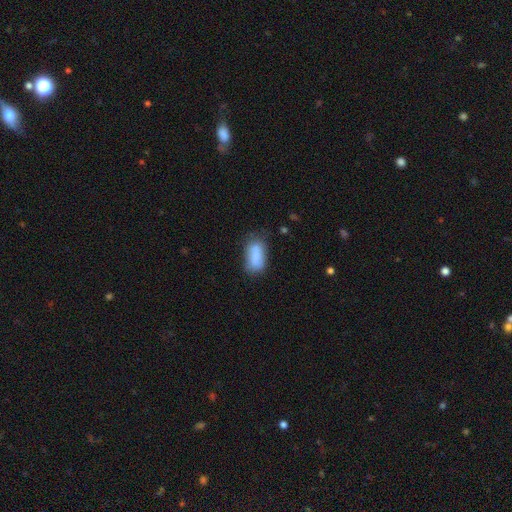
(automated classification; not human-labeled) smooth-or-featured: smooth: 83% | featured or disk: 9% | star or artifact: 8%
  how-rounded: in between: 89% | cigar-shaped: 7% | round: 4%
  merging: none: 57% | minor disturbance: 29% | major disturbance: 10% | merger: 4%